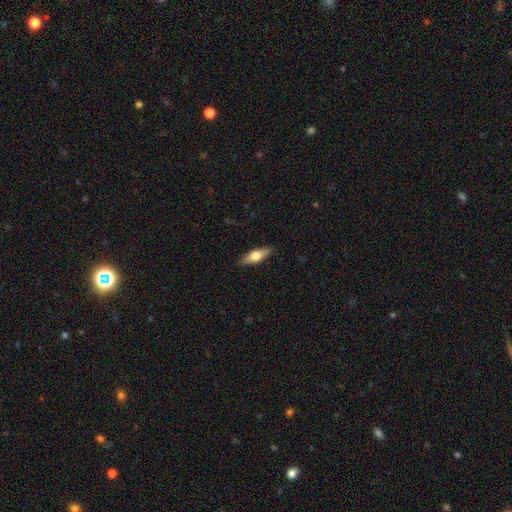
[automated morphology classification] Smooth or featured? smooth (60%)
How rounded? in between (59%)
Merging? none (88%)